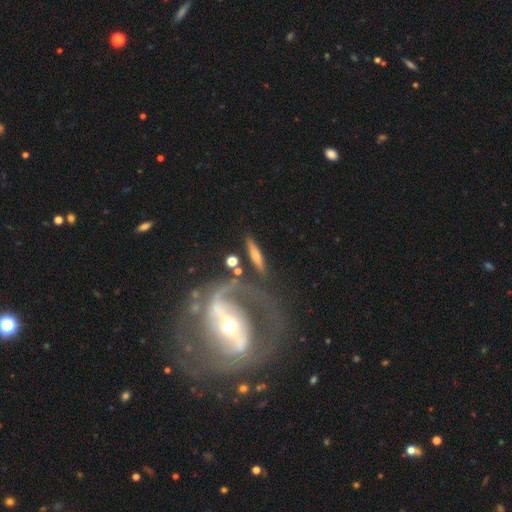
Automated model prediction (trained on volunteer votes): Smooth or featured: smooth — 48% (featured or disk — 45%)
Merging: none — 68% (minor disturbance — 14%)